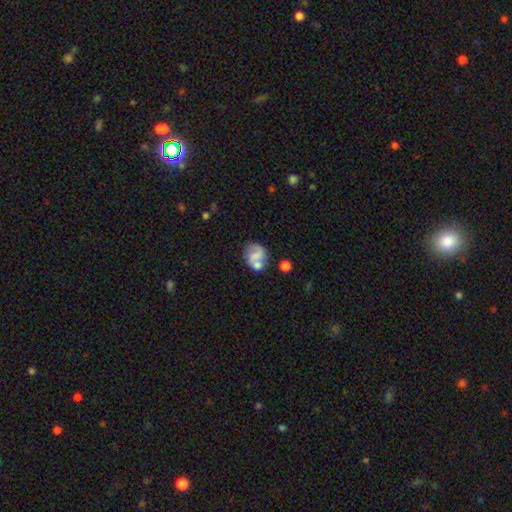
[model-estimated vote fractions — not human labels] Smooth or featured? featured or disk (47%)
Merging? none (44%)